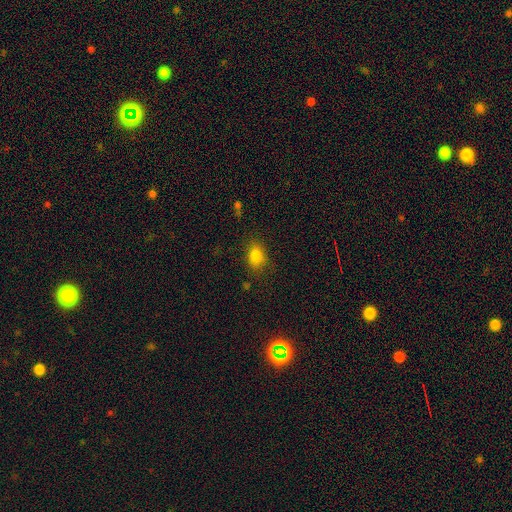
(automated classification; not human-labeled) Q: Smooth or featured?
A: smooth (81%); runner-up: star or artifact (11%)
Q: How rounded?
A: in between (73%); runner-up: round (25%)
Q: Merging?
A: none (78%); runner-up: minor disturbance (15%)